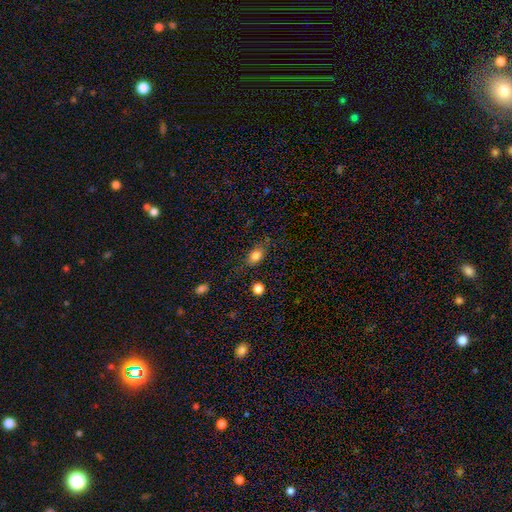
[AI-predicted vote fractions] Smooth or featured? Predicted: smooth (p=0.80). How rounded? Predicted: in between (p=0.73). Merging? Predicted: none (p=0.70).